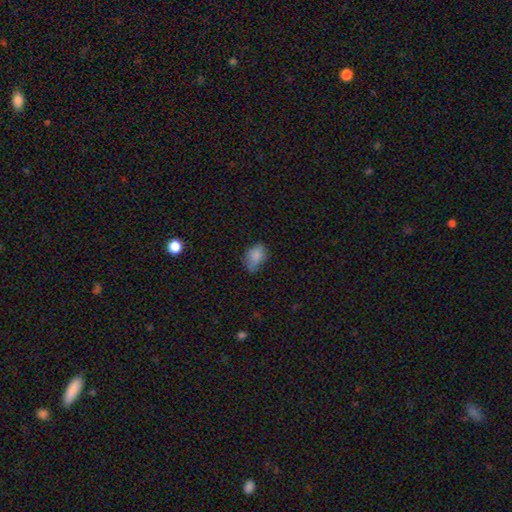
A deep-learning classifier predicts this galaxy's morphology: smooth_or_featured: smooth (p=0.82) [alt: star or artifact p=0.09]
how_rounded: in between (p=0.87) [alt: round p=0.11]
merging: none (p=0.57) [alt: minor disturbance p=0.33]